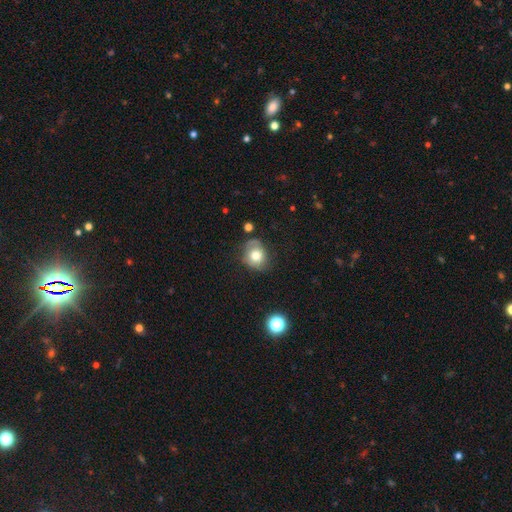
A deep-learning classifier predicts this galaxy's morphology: smooth 70%, featured or disk 20%, star or artifact 10%. Down the decision tree: how rounded — round (65%); merging — none (61%).